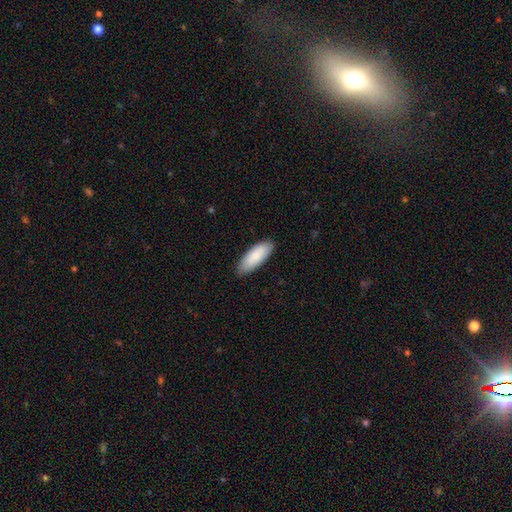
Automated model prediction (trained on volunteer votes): Smooth or featured: smooth — 86% (featured or disk — 9%)
How rounded: in between — 77% (cigar-shaped — 22%)
Merging: none — 86% (minor disturbance — 11%)